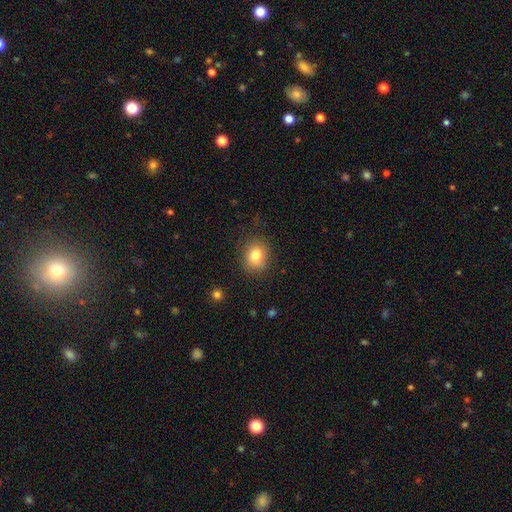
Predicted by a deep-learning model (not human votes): Smooth or featured: smooth — 81% (star or artifact — 11%)
How rounded: round — 71% (in between — 28%)
Merging: none — 84% (minor disturbance — 11%)